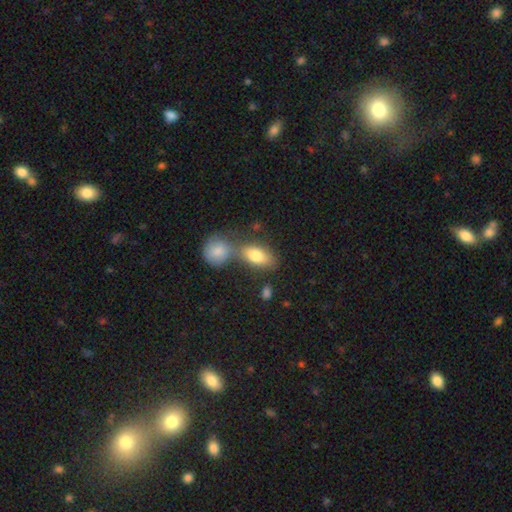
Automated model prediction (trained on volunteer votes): A smooth galaxy with no disk features (80%) that is in between round and cigar-shaped (86%). Merging: none (49%).